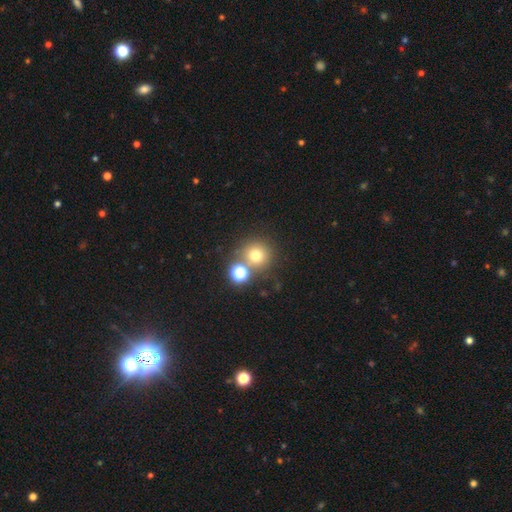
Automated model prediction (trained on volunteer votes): Smooth or featured: smooth — 72% (star or artifact — 19%)
How rounded: round — 92% (in between — 7%)
Merging: none — 68% (merger — 21%)